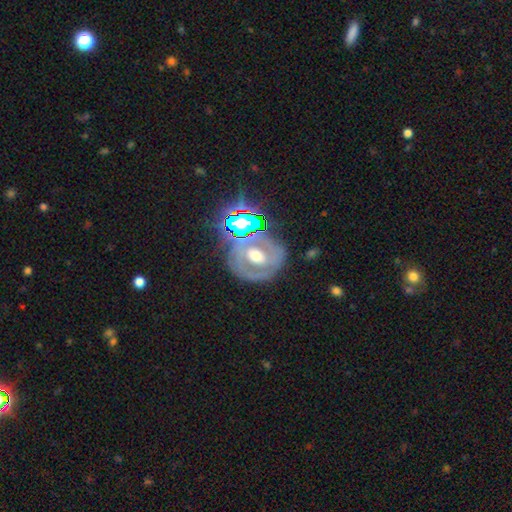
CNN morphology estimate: A featured or disk galaxy (66%) with no bar (45%), spiral arms (54%) and a moderate central bulge (67%). Merging: none (68%).